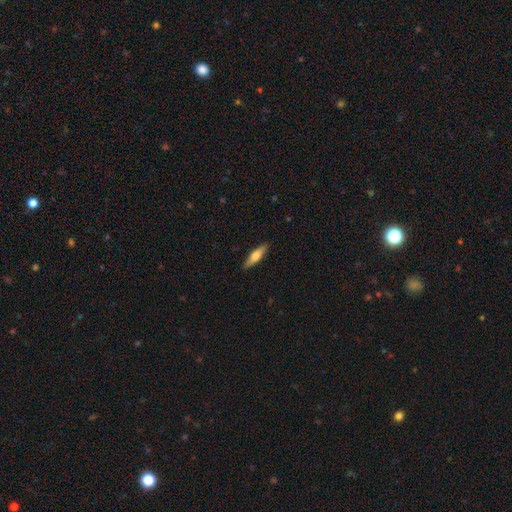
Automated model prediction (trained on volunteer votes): smooth-or-featured: smooth: 61% | featured or disk: 34% | star or artifact: 6%
  how-rounded: cigar-shaped: 69% | in between: 29% | round: 2%
  merging: none: 89% | minor disturbance: 8% | major disturbance: 2% | merger: 1%